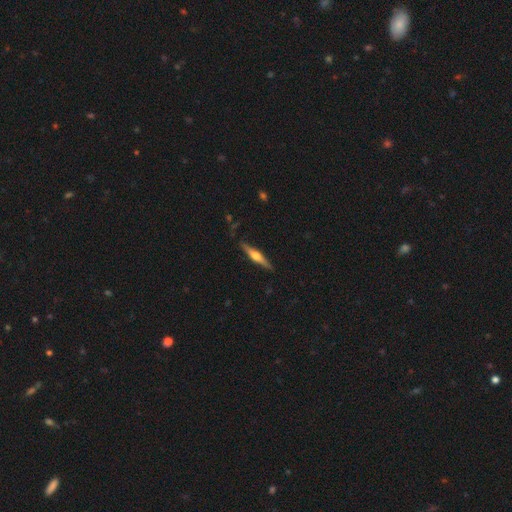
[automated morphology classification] type=featured or disk (68%); edge-on=yes (97%); edge-on bulge=rounded (92%); merging=none (87%).